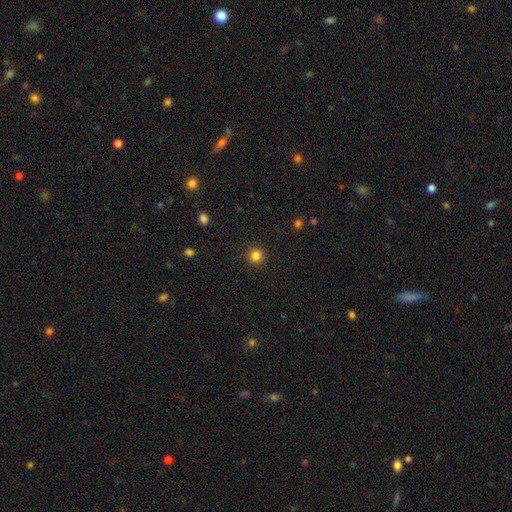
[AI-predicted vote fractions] Morphology: type=smooth (84%); roundness=round (95%); merging=none (92%).